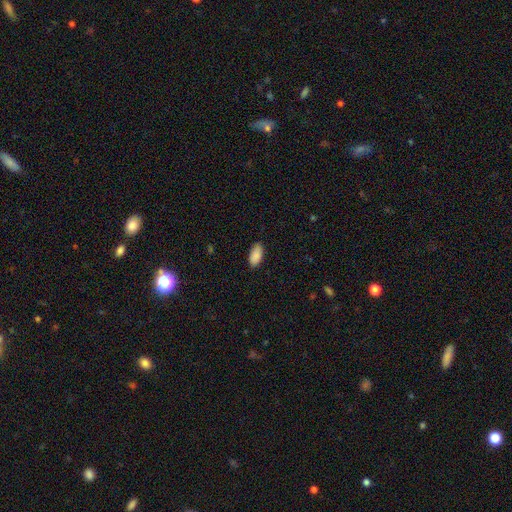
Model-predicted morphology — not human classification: smooth-or-featured: smooth: 90% | star or artifact: 6% | featured or disk: 4%
  how-rounded: in between: 93% | cigar-shaped: 5% | round: 2%
  merging: none: 86% | minor disturbance: 11% | major disturbance: 2% | merger: 1%